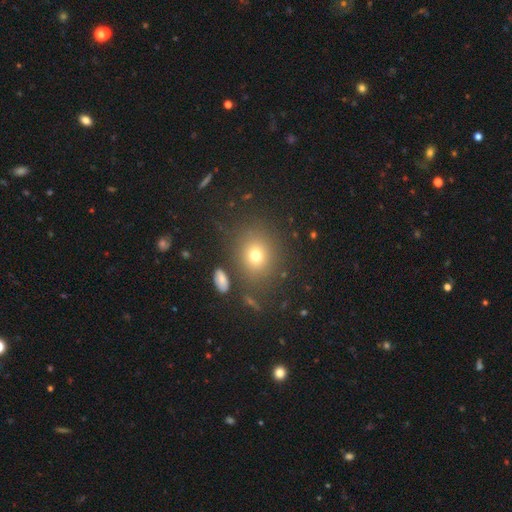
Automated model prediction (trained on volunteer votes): This is likely a smooth galaxy (73%). How rounded: likely round (74%). Merging: clearly none (83%).